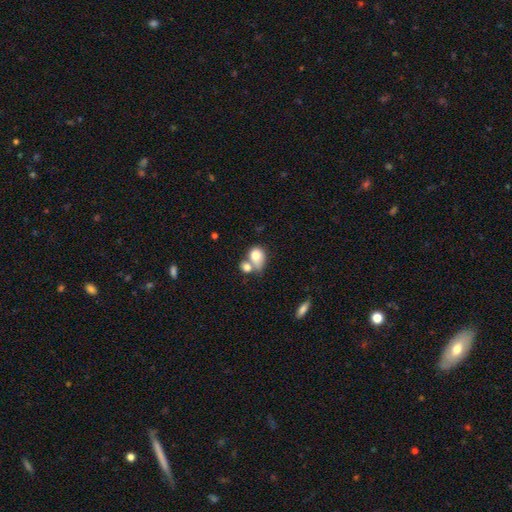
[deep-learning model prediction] A smooth galaxy with no disk features (76%) that is in between round and cigar-shaped (56%).

Vote fractions:
- Smooth or featured? smooth: 76% / featured or disk: 15% / star or artifact: 9%
- How rounded? in between: 56% / round: 43% / cigar-shaped: 1%
- Merging? merger: 58% / none: 25% / minor disturbance: 11% / major disturbance: 7%